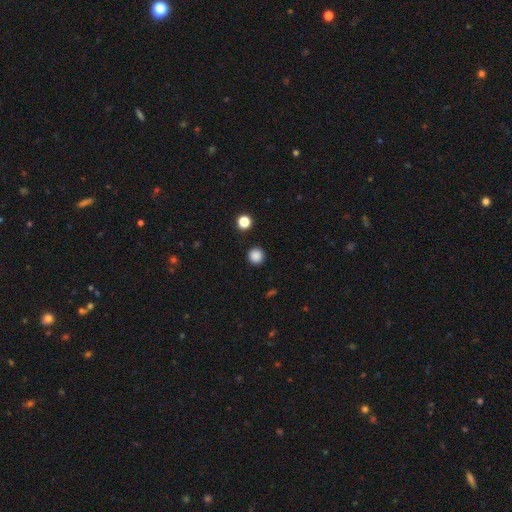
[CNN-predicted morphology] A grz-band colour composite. It shows a smooth galaxy with no disk features (86%) that is round (95%). Merging: none (92%).